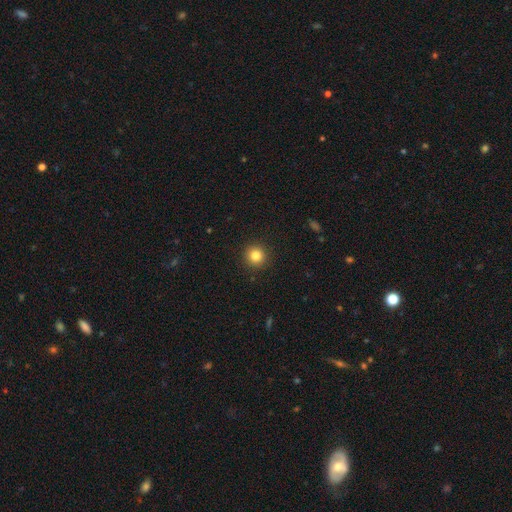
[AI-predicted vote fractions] Morphology: type=smooth (83%); roundness=round (95%); merging=none (92%).